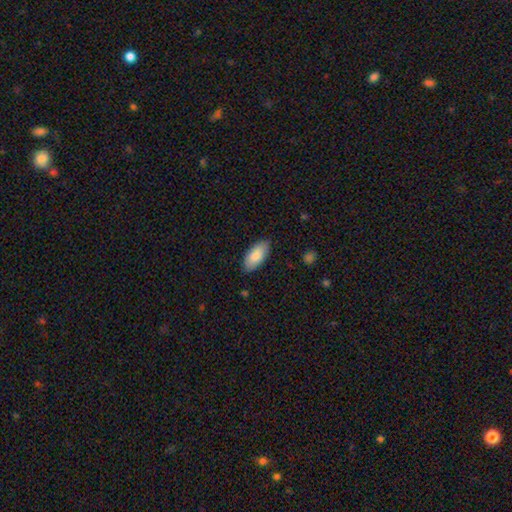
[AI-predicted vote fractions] Overall: smooth (84%). How rounded: in between (92%). Merging: none (84%).